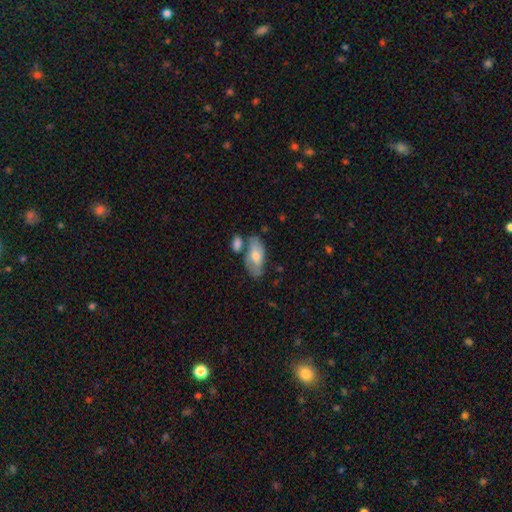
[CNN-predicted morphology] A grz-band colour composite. It shows a smooth galaxy with no disk features (61%) that is in between round and cigar-shaped (88%). Merging: none (56%).